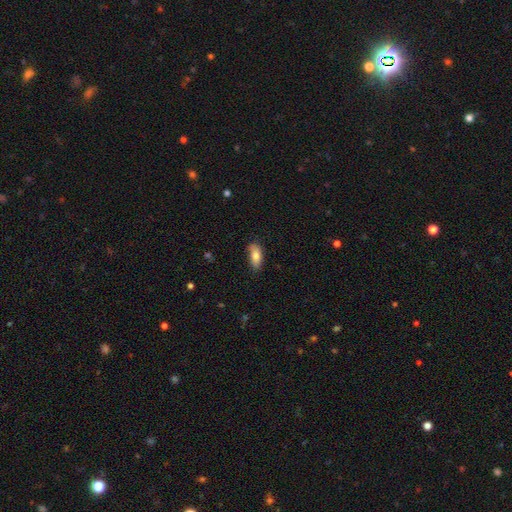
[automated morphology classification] A smooth galaxy with no disk features (79%) that is in between round and cigar-shaped (82%).

Vote fractions:
- Smooth or featured? smooth: 79% / featured or disk: 14% / star or artifact: 7%
- How rounded? in between: 82% / cigar-shaped: 15% / round: 3%
- Merging? none: 71% / minor disturbance: 23% / major disturbance: 4% / merger: 2%